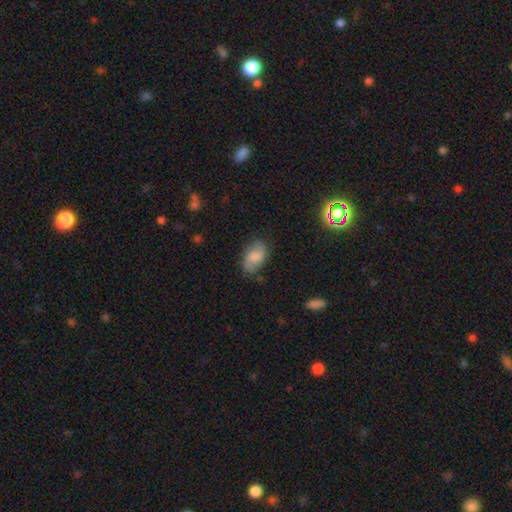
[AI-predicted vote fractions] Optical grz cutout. It shows a smooth galaxy with no disk features (50%). Merging: none (72%).